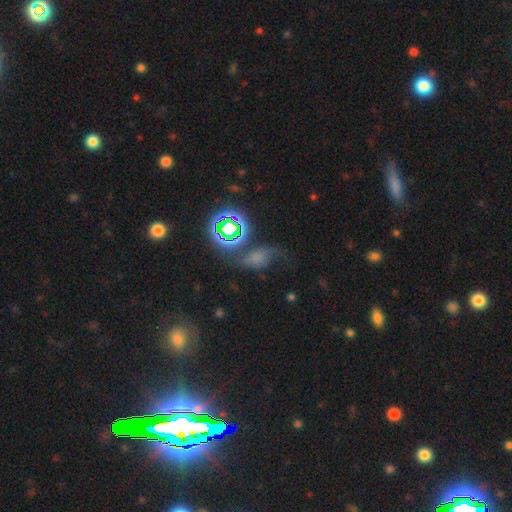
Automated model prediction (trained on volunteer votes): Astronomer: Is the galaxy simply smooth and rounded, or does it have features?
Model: smooth — 43% (runner-up: star or artifact, 35%).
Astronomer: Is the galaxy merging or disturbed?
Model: none — 43% (runner-up: minor disturbance, 26%).